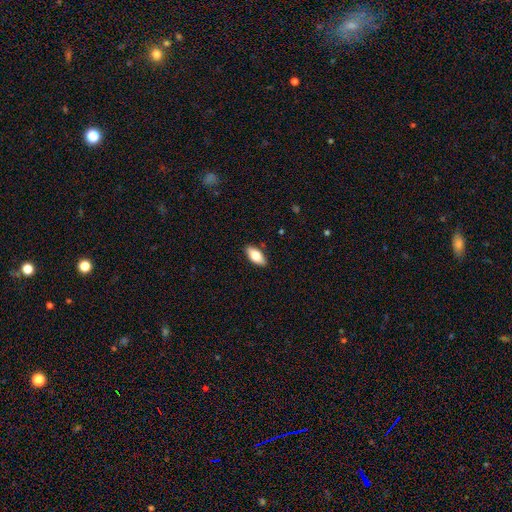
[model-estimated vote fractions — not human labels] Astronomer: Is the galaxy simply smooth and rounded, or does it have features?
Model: smooth — 76%.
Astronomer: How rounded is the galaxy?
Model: in between — 88%.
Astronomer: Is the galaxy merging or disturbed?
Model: none — 89%.